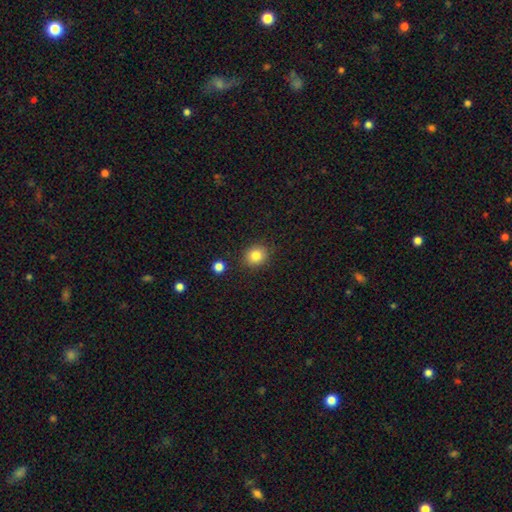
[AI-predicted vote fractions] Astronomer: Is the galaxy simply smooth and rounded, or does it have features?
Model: smooth — 83%.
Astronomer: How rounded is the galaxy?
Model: round — 73%.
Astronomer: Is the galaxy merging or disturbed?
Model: none — 86%.